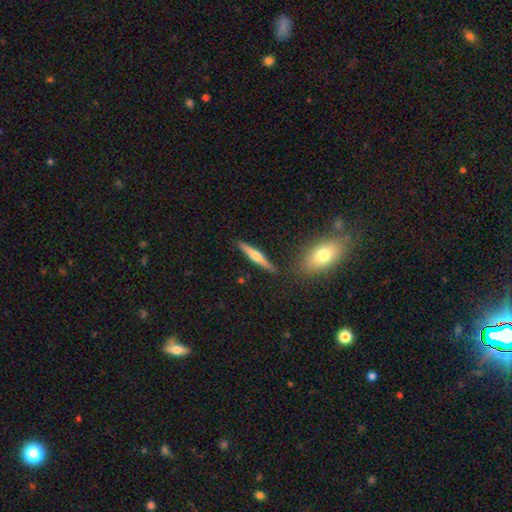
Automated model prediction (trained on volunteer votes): Morphology: type=featured or disk (53%); edge-on=yes (96%); edge-on bulge=rounded (85%); merging=none (87%).